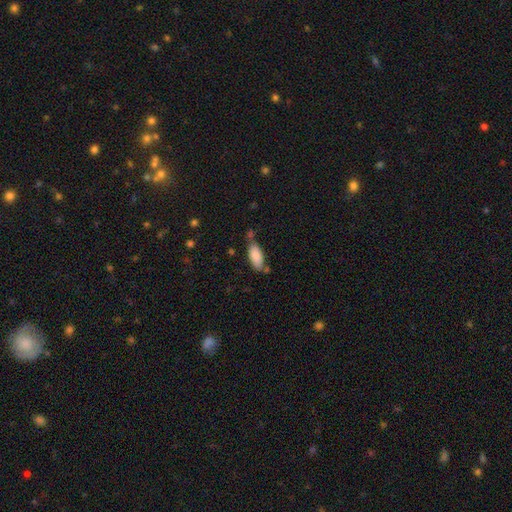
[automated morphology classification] This is clearly a smooth galaxy (86%). How rounded: clearly in between (84%). Merging: possibly none (57%).